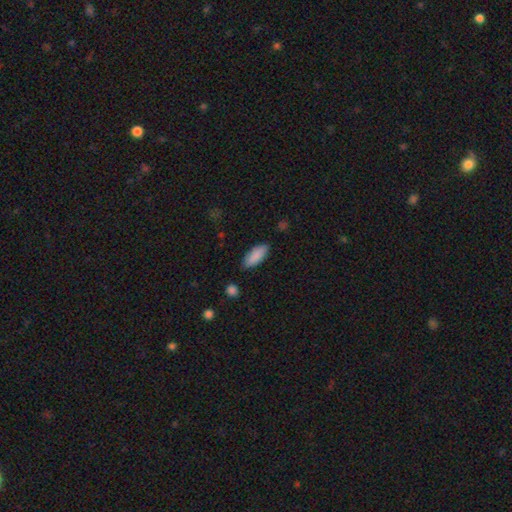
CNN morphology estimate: type=smooth (88%); roundness=in between (80%); merging=none (84%).